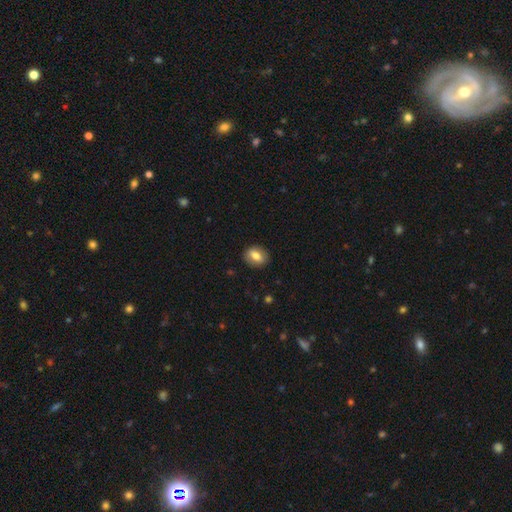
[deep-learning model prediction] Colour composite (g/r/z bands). It shows a smooth galaxy with no disk features (77%) that is in between round and cigar-shaped (63%). Merging: none (87%).